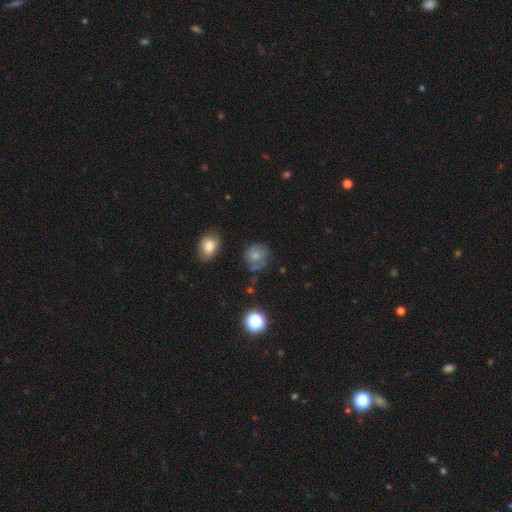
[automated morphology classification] smooth-or-featured: smooth: 62% | featured or disk: 23% | star or artifact: 14%
  how-rounded: round: 80% | in between: 19% | cigar-shaped: 1%
  merging: none: 58% | minor disturbance: 24% | major disturbance: 10% | merger: 8%